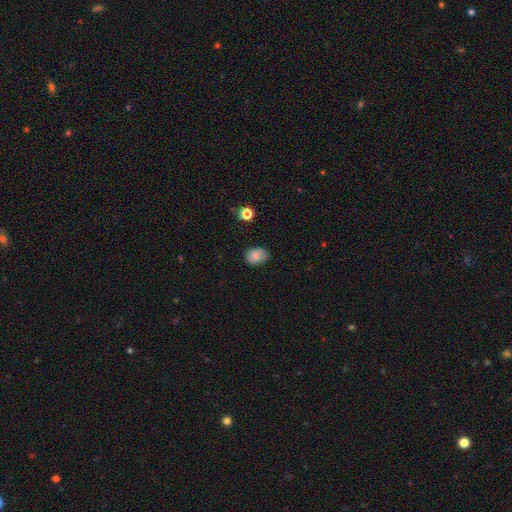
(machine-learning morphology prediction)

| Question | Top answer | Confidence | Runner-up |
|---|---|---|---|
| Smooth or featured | smooth | 80% | featured or disk (10%) |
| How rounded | in between | 68% | round (31%) |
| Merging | none | 78% | minor disturbance (18%) |